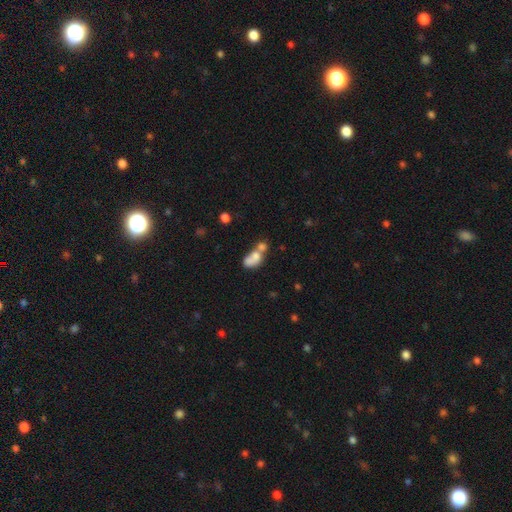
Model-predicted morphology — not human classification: smooth-or-featured: smooth: 68% | featured or disk: 21% | star or artifact: 10%
  how-rounded: in between: 75% | round: 22% | cigar-shaped: 4%
  merging: merger: 63% | none: 19% | minor disturbance: 9% | major disturbance: 8%